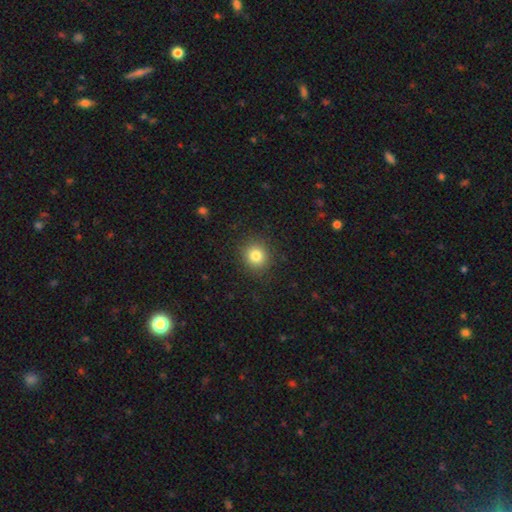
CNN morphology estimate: Overall: smooth (81%). How rounded: round (86%). Merging: none (90%).